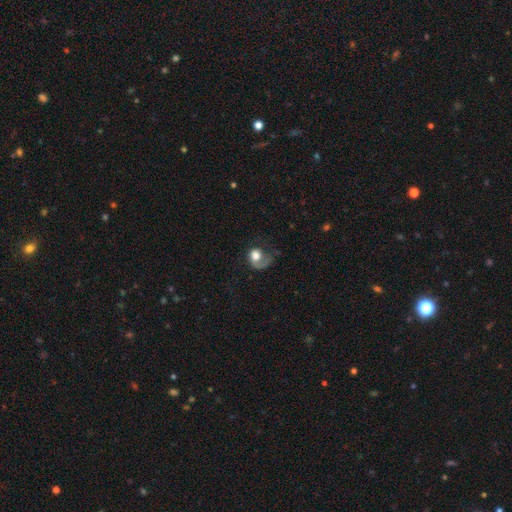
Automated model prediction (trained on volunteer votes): Smooth or featured? featured or disk (46%)
Merging? major disturbance (46%)